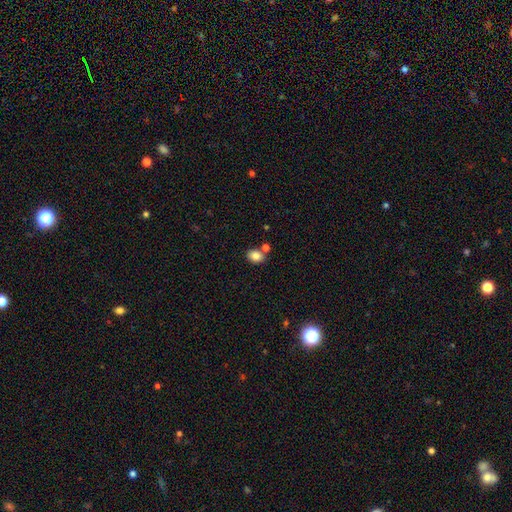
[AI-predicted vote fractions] This appears to be a smooth galaxy with no disk features (83%) that is in between round and cigar-shaped (62%). Merging: none (69%).